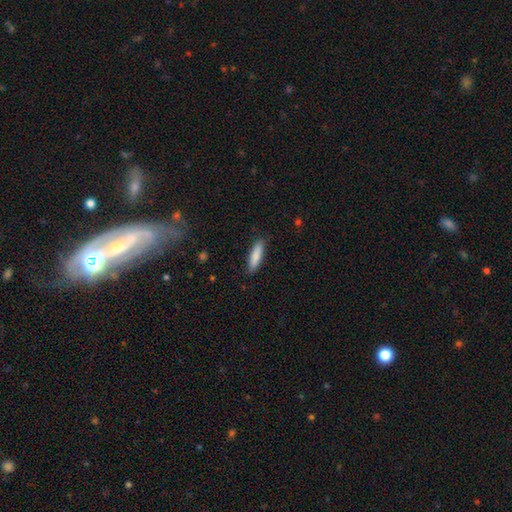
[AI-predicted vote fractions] Q: Smooth or featured?
A: smooth (84%); runner-up: featured or disk (11%)
Q: How rounded?
A: cigar-shaped (74%); runner-up: in between (25%)
Q: Merging?
A: none (87%); runner-up: minor disturbance (10%)